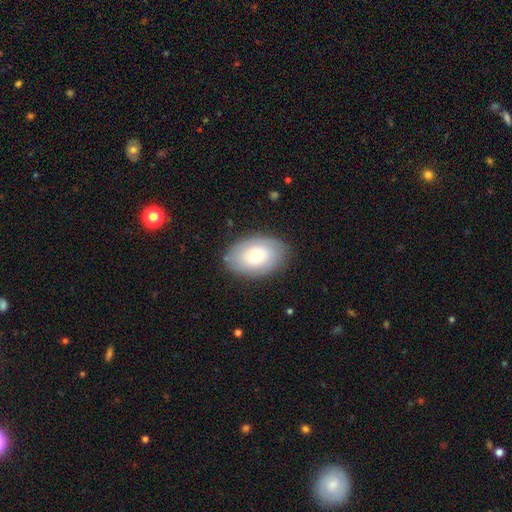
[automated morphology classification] smooth 65%, featured or disk 27%, star or artifact 7%. Down the decision tree: how rounded — in between (86%); merging — none (83%).